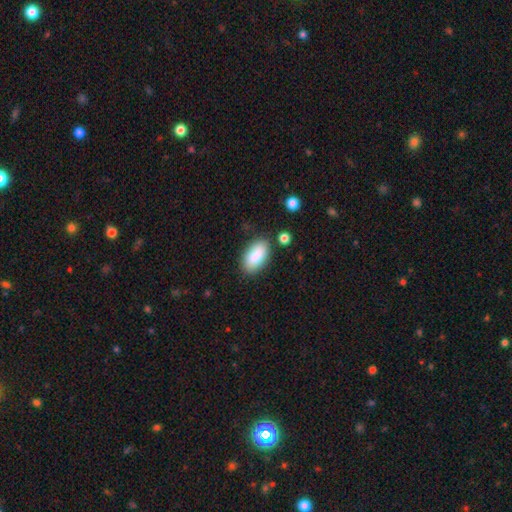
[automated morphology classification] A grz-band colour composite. It shows a smooth galaxy with no disk features (85%) that is in between round and cigar-shaped (93%). Merging: none (81%).